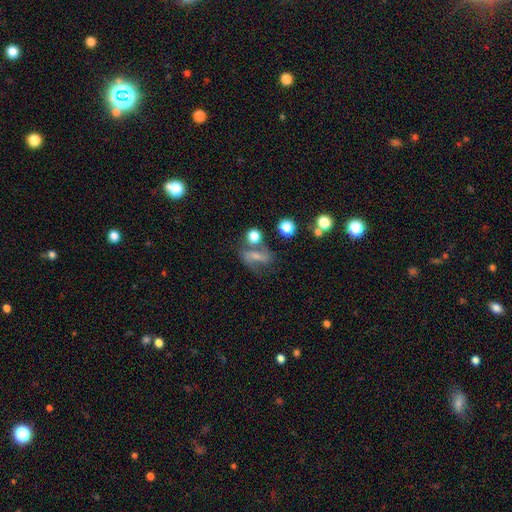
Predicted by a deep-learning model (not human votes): This appears to be a featured or disk galaxy (47%). Merging: none (52%).